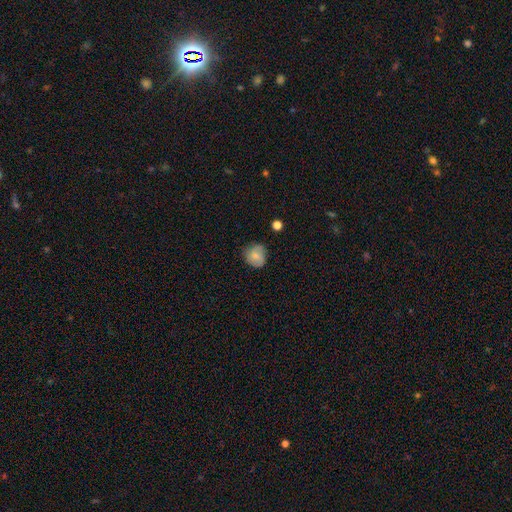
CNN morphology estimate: smooth_or_featured: smooth (p=0.60) [alt: featured or disk p=0.31]
how_rounded: round (p=0.78) [alt: in between p=0.20]
merging: none (p=0.72) [alt: minor disturbance p=0.21]